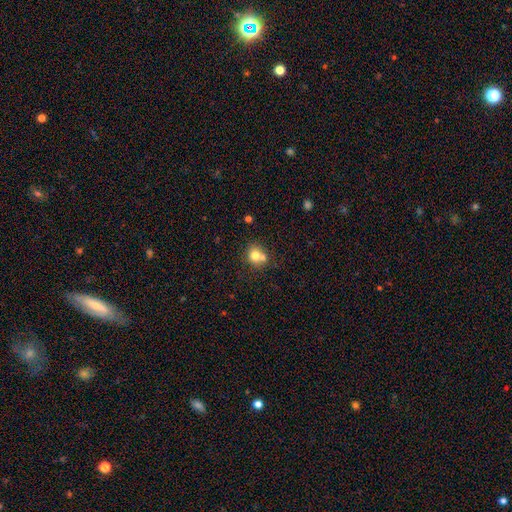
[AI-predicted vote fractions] A smooth galaxy with no disk features (75%) that is round (80%).

Vote fractions:
- Smooth or featured? smooth: 75% / featured or disk: 13% / star or artifact: 12%
- How rounded? round: 80% / in between: 19% / cigar-shaped: 1%
- Merging? none: 51% / merger: 35% / minor disturbance: 10% / major disturbance: 4%